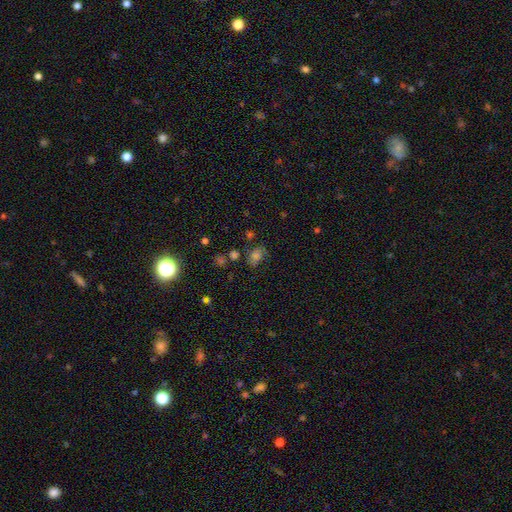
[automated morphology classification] Smooth or featured?
  - smooth: 52% *
  - star or artifact: 24%
  - featured or disk: 24%
How rounded?
  - in between: 68% *
  - round: 31%
  - cigar-shaped: 2%
Merging?
  - none: 55% *
  - minor disturbance: 24%
  - major disturbance: 14%
  - merger: 7%